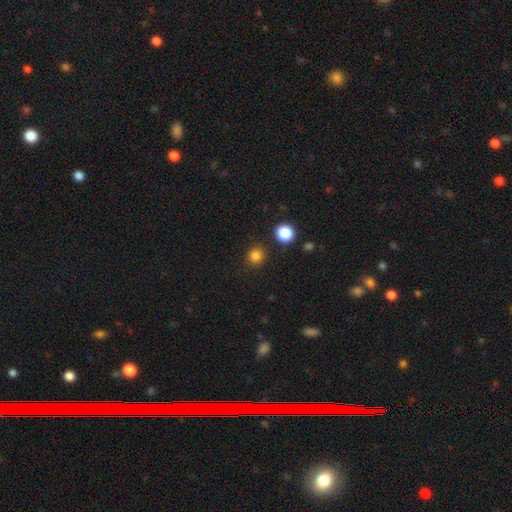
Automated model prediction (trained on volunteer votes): This appears to be a smooth galaxy with no disk features (82%) that is round (92%). Merging: none (89%).